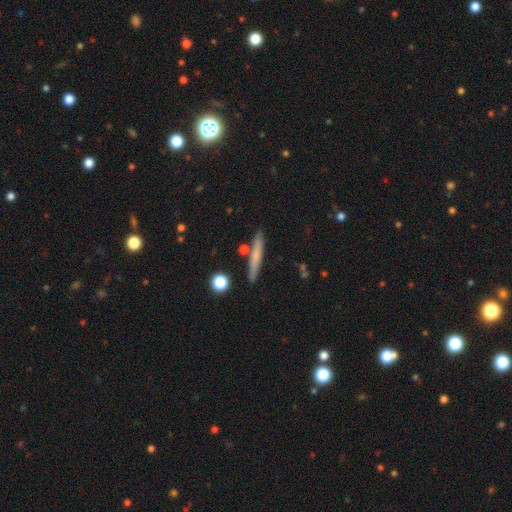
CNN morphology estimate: smooth_or_featured: smooth (p=0.63) [alt: featured or disk p=0.29]
how_rounded: cigar-shaped (p=0.94) [alt: in between p=0.04]
merging: none (p=0.85) [alt: minor disturbance p=0.09]